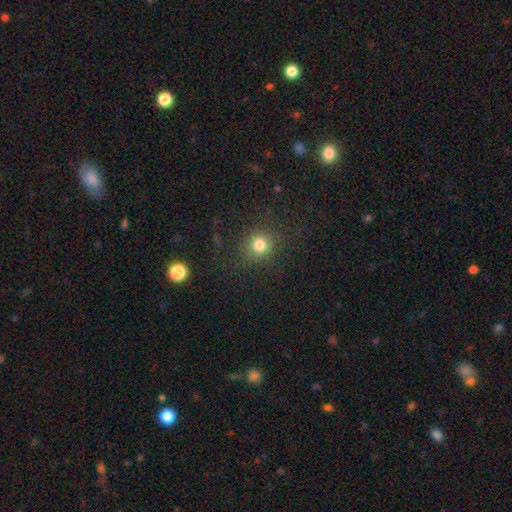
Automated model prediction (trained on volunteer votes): Q: Smooth or featured?
A: smooth (71%); runner-up: star or artifact (23%)
Q: How rounded?
A: round (91%); runner-up: in between (8%)
Q: Merging?
A: none (88%); runner-up: minor disturbance (7%)